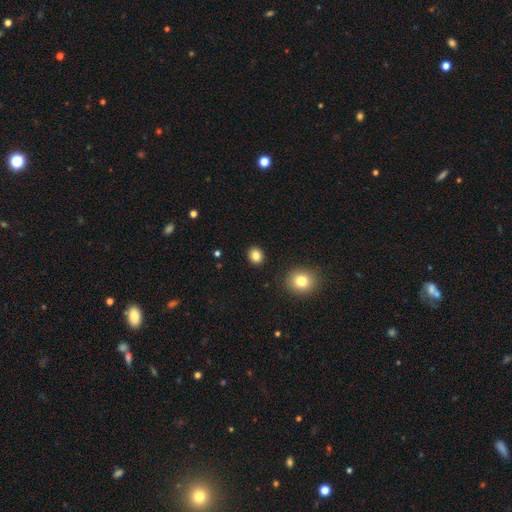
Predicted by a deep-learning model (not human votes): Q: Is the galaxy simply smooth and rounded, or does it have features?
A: smooth — 84%.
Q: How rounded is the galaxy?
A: round — 72%.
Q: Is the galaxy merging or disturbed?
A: none — 90%.